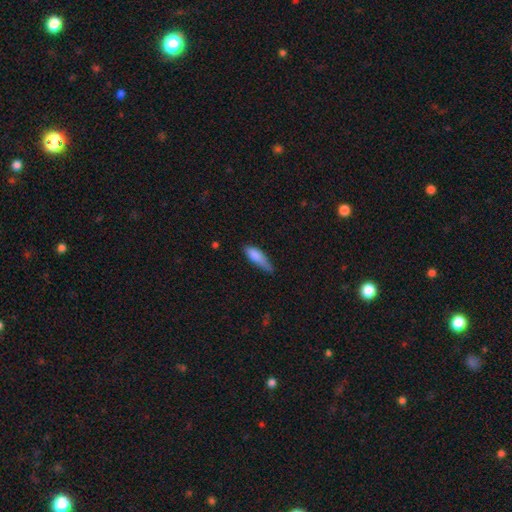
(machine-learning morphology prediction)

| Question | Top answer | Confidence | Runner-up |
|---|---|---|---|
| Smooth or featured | smooth | 81% | featured or disk (12%) |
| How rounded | cigar-shaped | 49% | in between (48%) |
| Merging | minor disturbance | 44% | none (41%) |